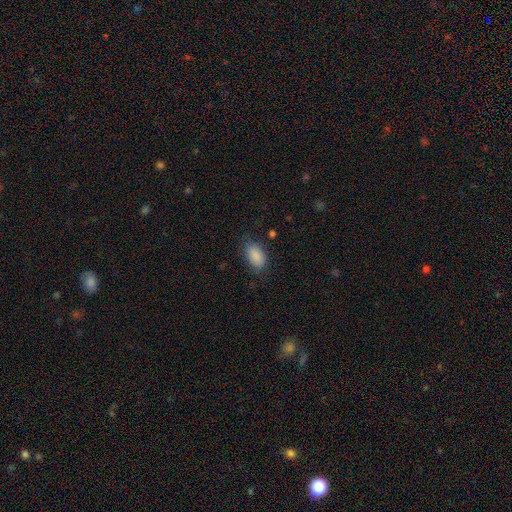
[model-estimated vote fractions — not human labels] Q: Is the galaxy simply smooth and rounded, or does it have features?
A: smooth — 88%.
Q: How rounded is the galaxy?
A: in between — 91%.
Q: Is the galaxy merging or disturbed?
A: none — 73%.